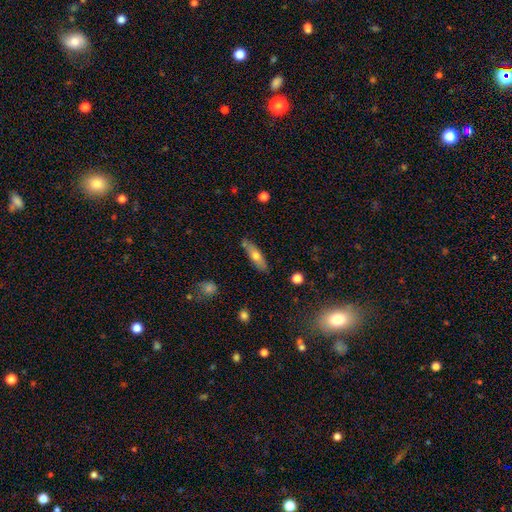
This is likely a smooth galaxy (76%). How rounded: possibly cigar-shaped (57%). Merging: likely none (68%).